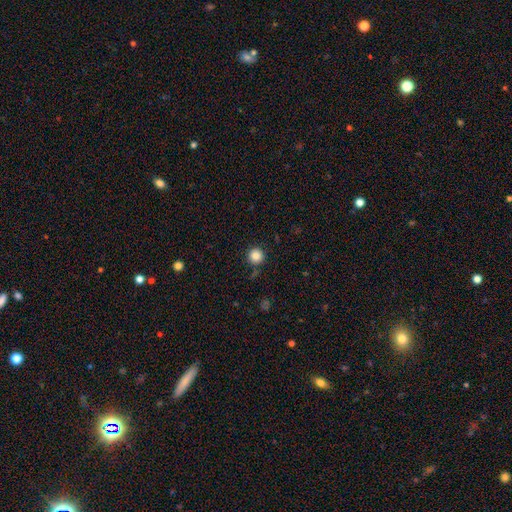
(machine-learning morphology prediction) Smooth or featured: smooth — 84% (star or artifact — 11%)
How rounded: round — 96% (in between — 3%)
Merging: none — 88% (minor disturbance — 7%)